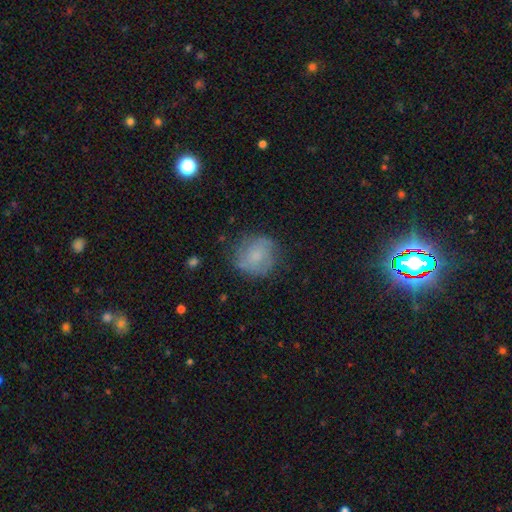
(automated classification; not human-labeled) smooth-or-featured: smooth: 58% | featured or disk: 32% | star or artifact: 10%
  how-rounded: round: 83% | in between: 16% | cigar-shaped: 1%
  merging: none: 69% | minor disturbance: 20% | major disturbance: 9% | merger: 2%